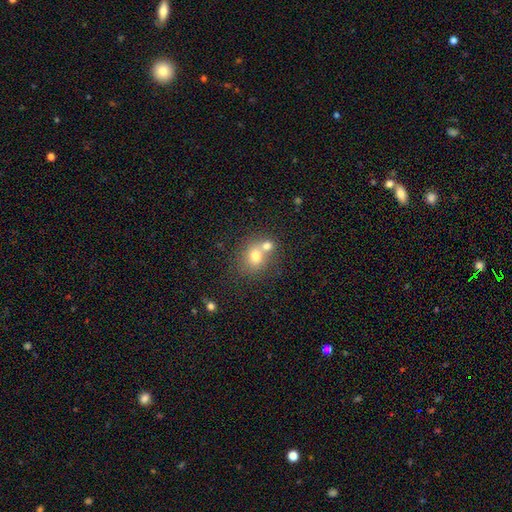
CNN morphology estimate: Q: Smooth or featured?
A: smooth (72%); runner-up: featured or disk (15%)
Q: How rounded?
A: round (68%); runner-up: in between (31%)
Q: Merging?
A: merger (49%); runner-up: none (39%)